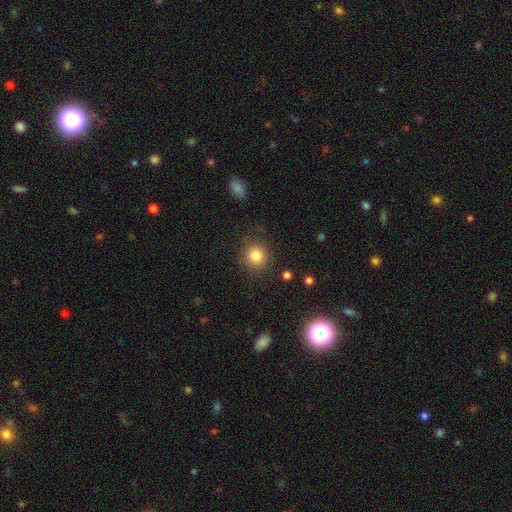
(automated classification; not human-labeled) smooth-or-featured: smooth: 83% | star or artifact: 11% | featured or disk: 6%
  how-rounded: round: 90% | in between: 9% | cigar-shaped: 1%
  merging: none: 85% | minor disturbance: 9% | major disturbance: 4% | merger: 2%